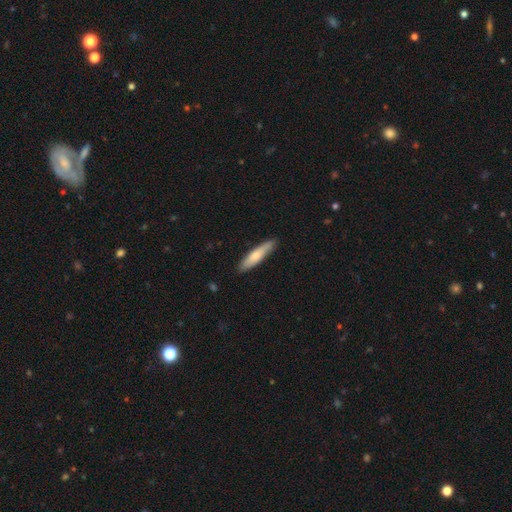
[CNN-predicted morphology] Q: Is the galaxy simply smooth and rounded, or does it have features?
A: smooth — 71%.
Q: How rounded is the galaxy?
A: cigar-shaped — 82%.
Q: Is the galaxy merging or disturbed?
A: none — 83%.